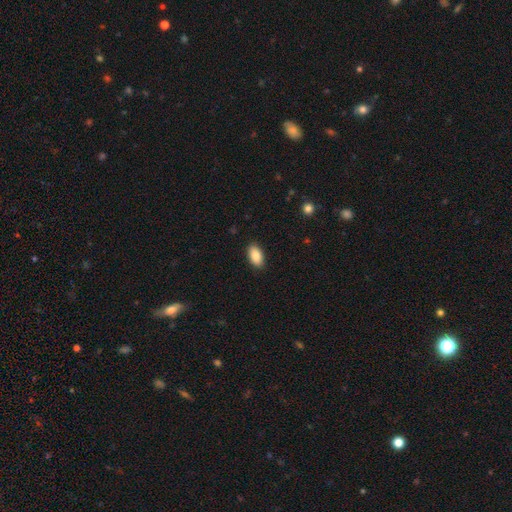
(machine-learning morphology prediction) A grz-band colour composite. It shows a smooth galaxy with no disk features (88%) that is in between round and cigar-shaped (94%). Merging: none (89%).